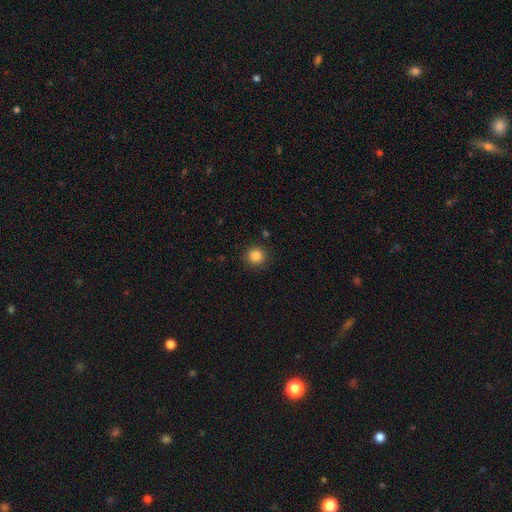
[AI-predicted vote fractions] Smooth or featured: smooth — 84% (star or artifact — 12%)
How rounded: round — 94% (in between — 6%)
Merging: none — 91% (minor disturbance — 6%)